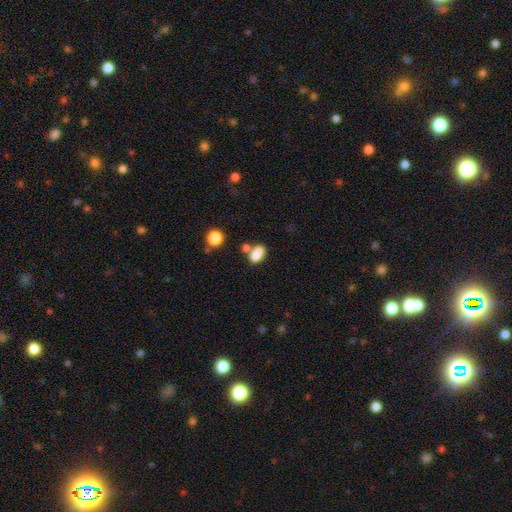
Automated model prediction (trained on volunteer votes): Smooth or featured: smooth — 76% (featured or disk — 13%)
How rounded: in between — 78% (round — 20%)
Merging: merger — 42% (none — 36%)